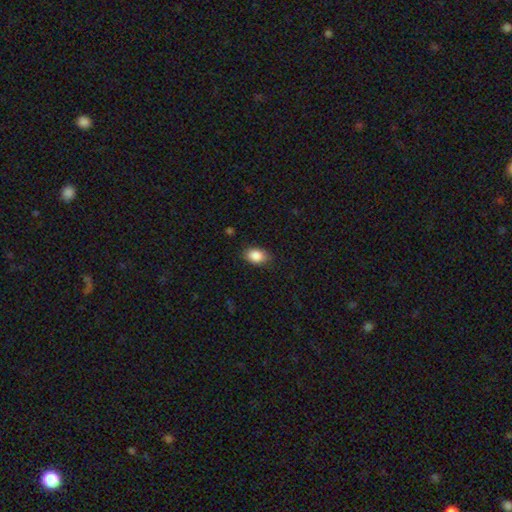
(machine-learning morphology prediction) A smooth galaxy with no disk features (88%) that is in between round and cigar-shaped (82%).

Vote fractions:
- Smooth or featured? smooth: 88% / star or artifact: 8% / featured or disk: 4%
- How rounded? in between: 82% / round: 17% / cigar-shaped: 1%
- Merging? none: 84% / minor disturbance: 13% / major disturbance: 3% / merger: 1%